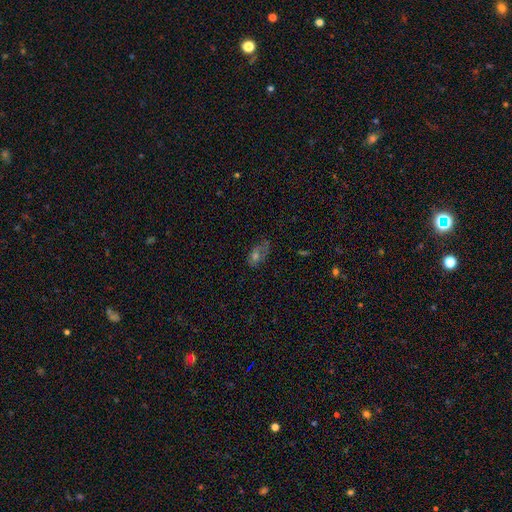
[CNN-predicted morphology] Smooth or featured? smooth (45%)
Merging? none (50%)